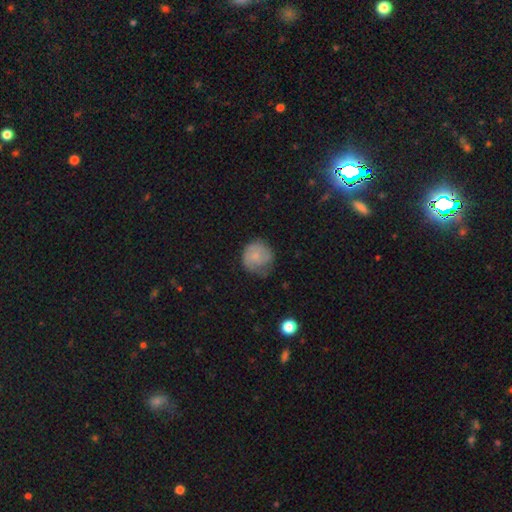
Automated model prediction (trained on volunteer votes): Overall: smooth (65%; featured or disk 28%). How rounded: round (86%). Merging: none (51%; minor disturbance 34%).